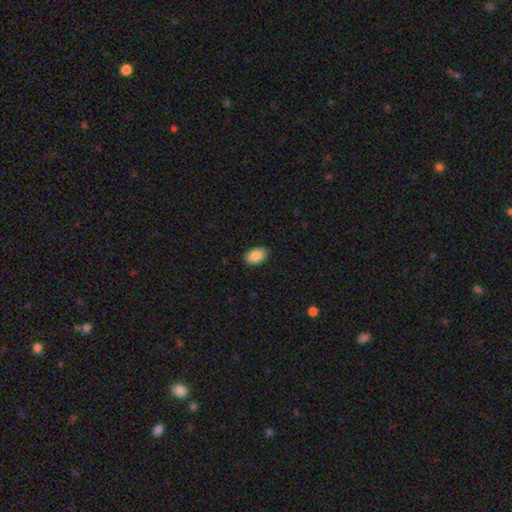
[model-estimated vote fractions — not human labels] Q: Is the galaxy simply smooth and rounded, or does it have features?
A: smooth — 87%.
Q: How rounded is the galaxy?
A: in between — 91%.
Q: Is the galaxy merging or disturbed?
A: none — 87%.